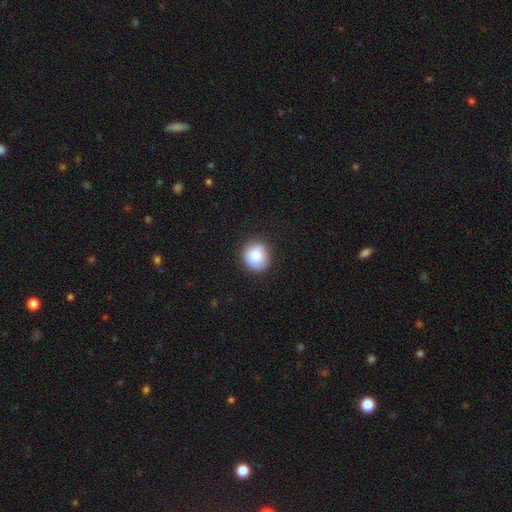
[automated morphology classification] Smooth or featured? Predicted: smooth (p=0.85). How rounded? Predicted: round (p=0.82). Merging? Predicted: none (p=0.85).